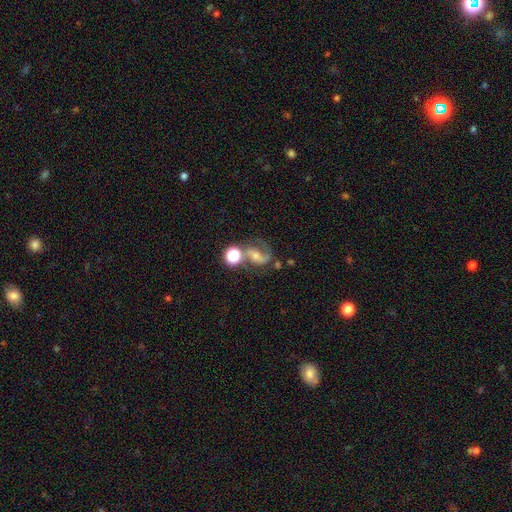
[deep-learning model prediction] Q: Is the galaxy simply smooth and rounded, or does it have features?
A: featured or disk — 72%.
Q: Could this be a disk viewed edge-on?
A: no — 97%.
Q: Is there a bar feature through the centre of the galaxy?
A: no — 40%.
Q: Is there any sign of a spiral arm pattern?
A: yes — 94%.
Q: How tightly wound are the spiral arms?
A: loose — 46%.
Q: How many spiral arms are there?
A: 2 — 83%.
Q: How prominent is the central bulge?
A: moderate — 48%.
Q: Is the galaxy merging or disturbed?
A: none — 51%.